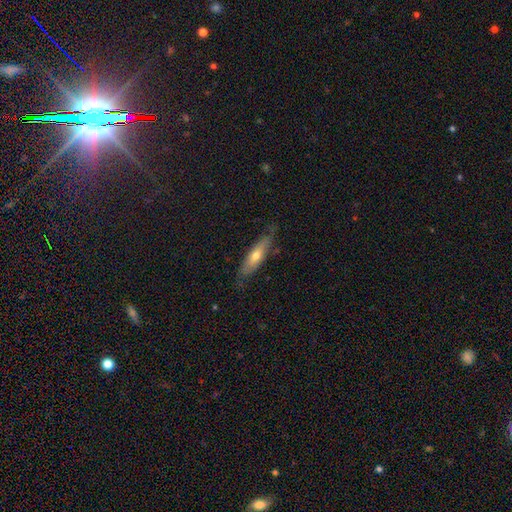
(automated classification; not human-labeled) Smooth or featured? Predicted: smooth (p=0.48). Merging? Predicted: none (p=0.74).